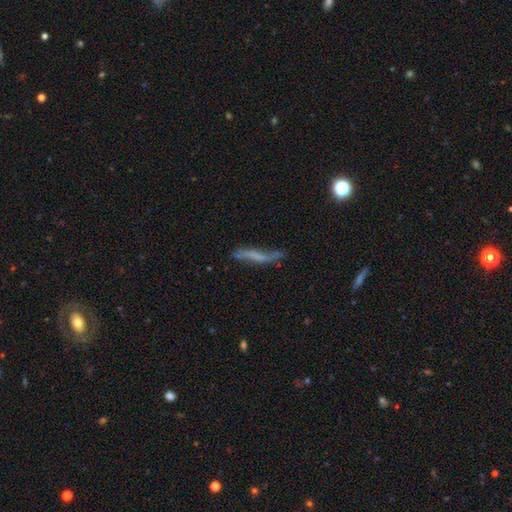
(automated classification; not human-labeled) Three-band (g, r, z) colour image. It shows a featured or disk galaxy (54%) viewed edge-on (51%). Merging: none (56%).